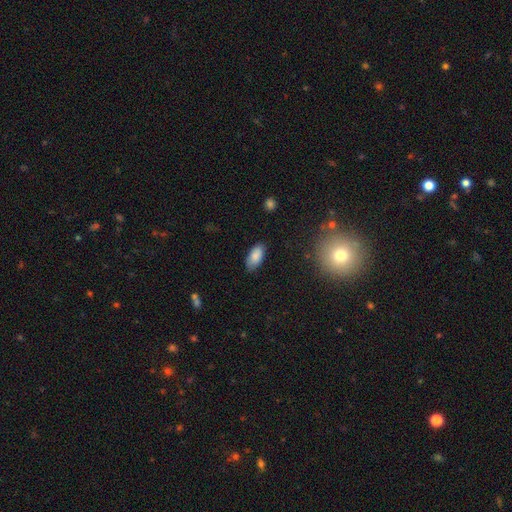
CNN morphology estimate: Overall: smooth (86%). How rounded: in between (93%). Merging: none (80%).